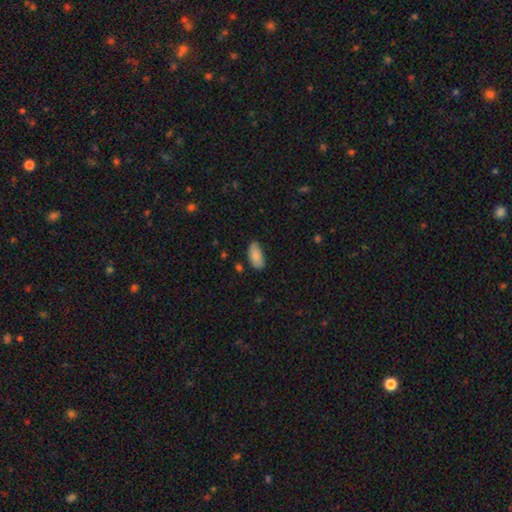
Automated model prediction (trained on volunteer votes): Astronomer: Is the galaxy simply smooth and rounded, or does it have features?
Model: smooth — 87%.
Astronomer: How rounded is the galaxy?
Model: in between — 89%.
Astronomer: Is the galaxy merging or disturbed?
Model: none — 78%.